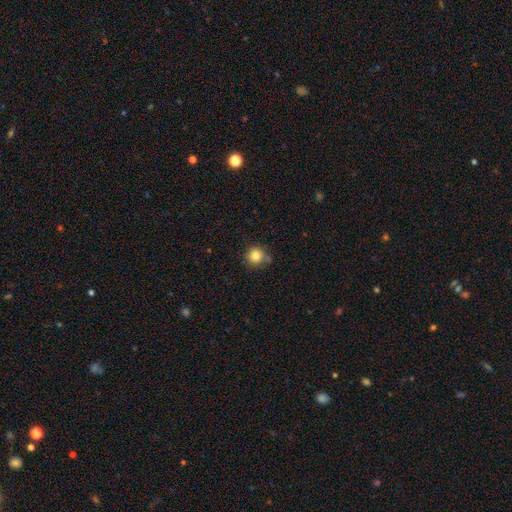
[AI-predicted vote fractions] smooth_or_featured: smooth (p=0.82) [alt: star or artifact p=0.11]
how_rounded: round (p=0.93) [alt: in between p=0.06]
merging: none (p=0.73) [alt: minor disturbance p=0.16]